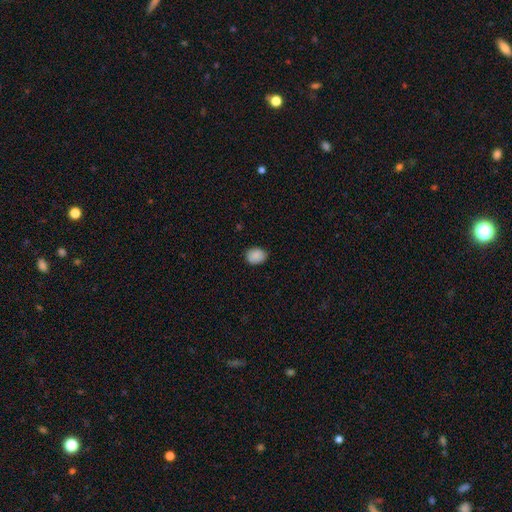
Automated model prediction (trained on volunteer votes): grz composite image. It shows a smooth galaxy with no disk features (88%) that is in between round and cigar-shaped (55%). Merging: none (84%).